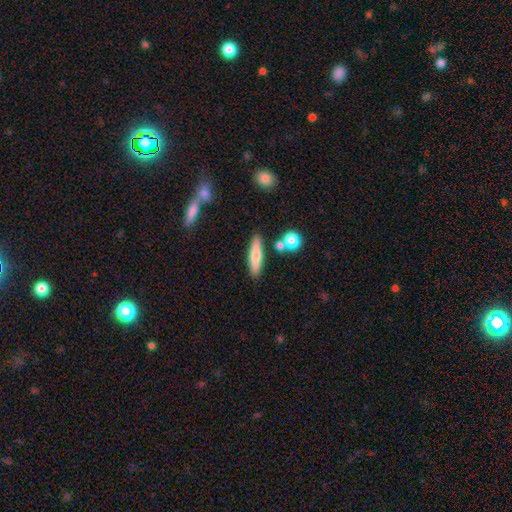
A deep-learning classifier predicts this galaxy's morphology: smooth 70%, featured or disk 23%, star or artifact 7%. Down the decision tree: how rounded — cigar-shaped (75%); merging — none (82%).